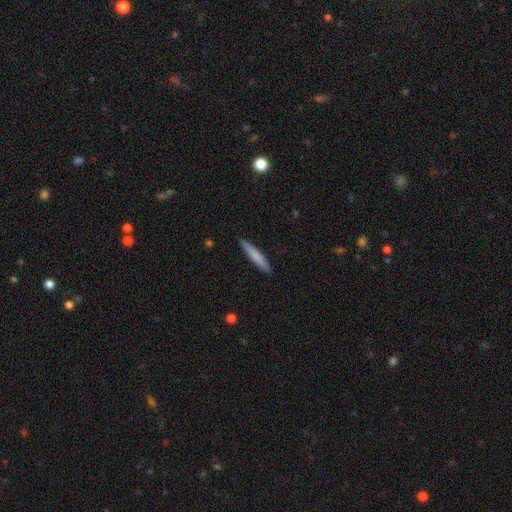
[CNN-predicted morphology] The model was most divided on "smooth or featured": smooth: 73%, featured or disk: 21%, star or artifact: 5%. More confident: how rounded — cigar-shaped (93%); merging — none (90%).